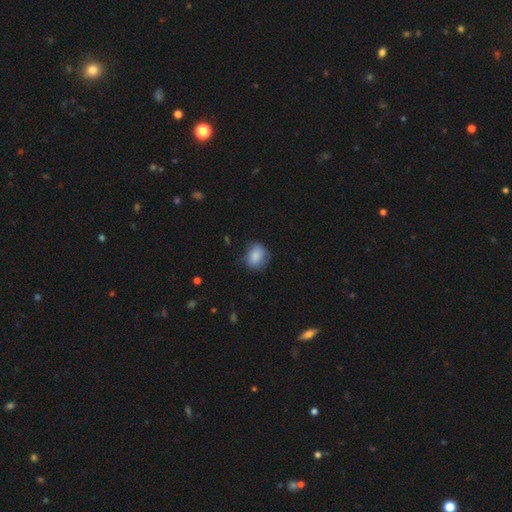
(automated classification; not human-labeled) Overall: smooth (82%). How rounded: round (58%; in between 41%). Merging: none (69%).